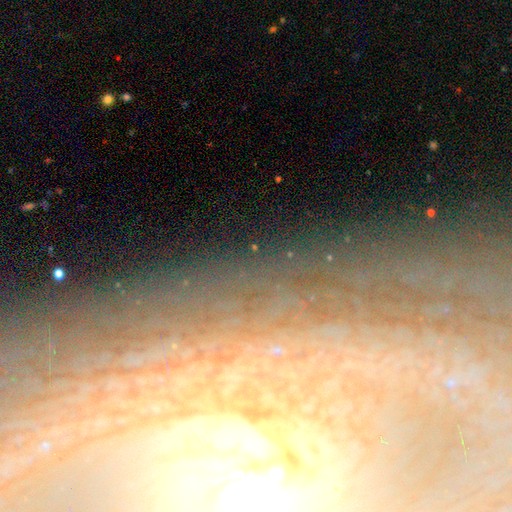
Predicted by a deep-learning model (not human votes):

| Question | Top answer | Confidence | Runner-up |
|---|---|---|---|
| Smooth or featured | featured or disk | 51% | star or artifact (31%) |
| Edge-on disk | no | 80% | yes (20%) |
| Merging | none | 79% | minor disturbance (12%) |